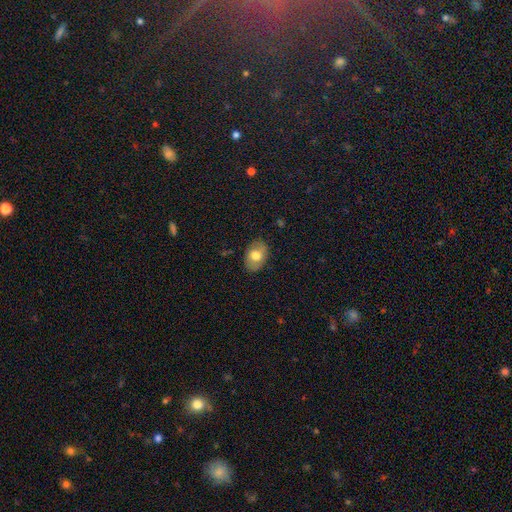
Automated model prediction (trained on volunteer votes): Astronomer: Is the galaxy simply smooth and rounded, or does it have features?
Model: smooth — 66%.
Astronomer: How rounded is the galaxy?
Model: in between — 80%.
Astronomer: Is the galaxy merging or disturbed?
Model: none — 83%.